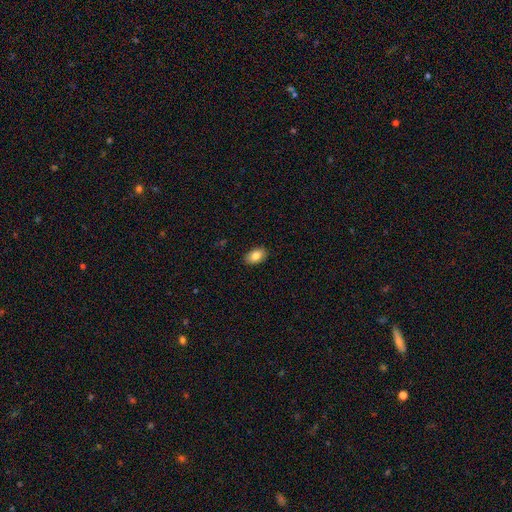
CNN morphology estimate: This is clearly a smooth galaxy (83%). How rounded: clearly in between (91%). Merging: clearly none (89%).